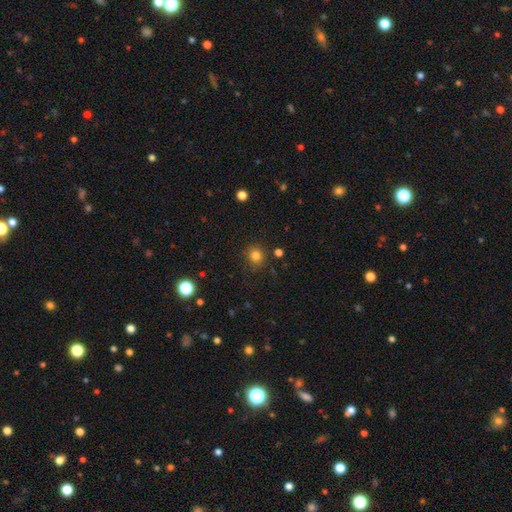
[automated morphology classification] A smooth galaxy with no disk features (81%) that is round (87%). Merging: none (85%).